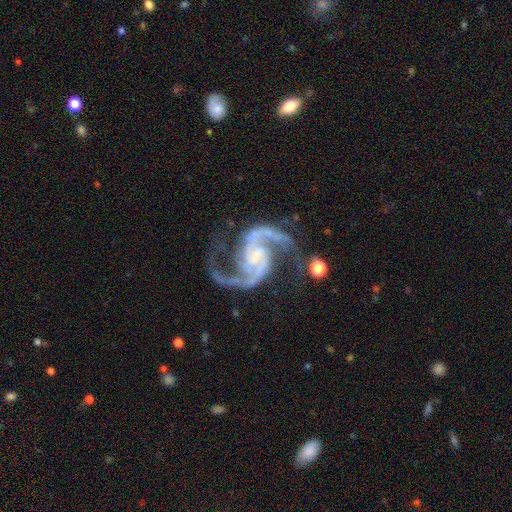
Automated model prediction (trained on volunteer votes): This is clearly a featured or disk galaxy (95%). It is clearly not viewed edge-on (98%). Bar: marginally weak (45%). Spiral arm pattern: clearly yes (99%). Spiral arm count: clearly 2 (94%). Spiral winding: likely medium (60%). Central bulge: possibly small (54%). Merging: likely none (70%).